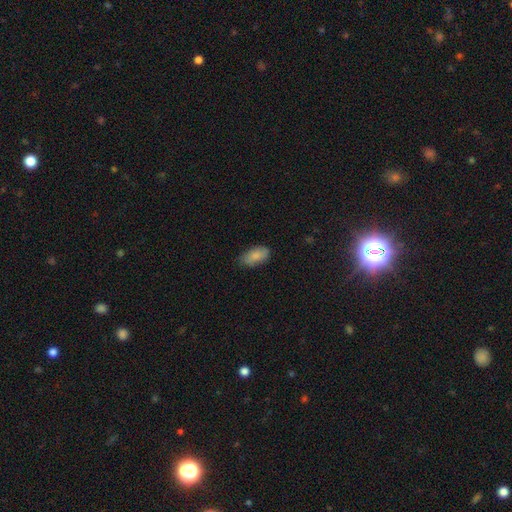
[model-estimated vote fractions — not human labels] Smooth or featured? Predicted: smooth (p=0.85). How rounded? Predicted: in between (p=0.92). Merging? Predicted: none (p=0.75).